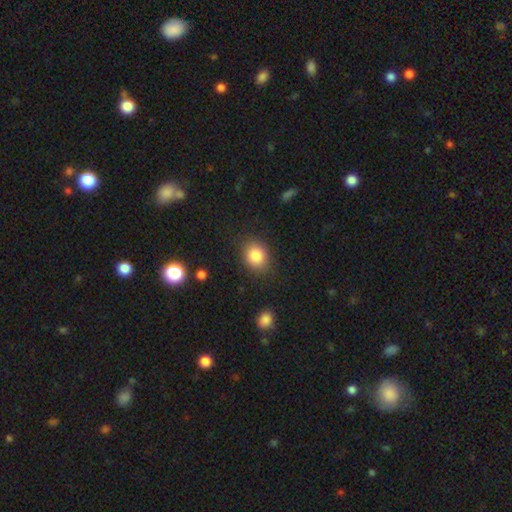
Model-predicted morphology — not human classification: Smooth or featured? smooth (84%)
How rounded? round (59%)
Merging? none (84%)